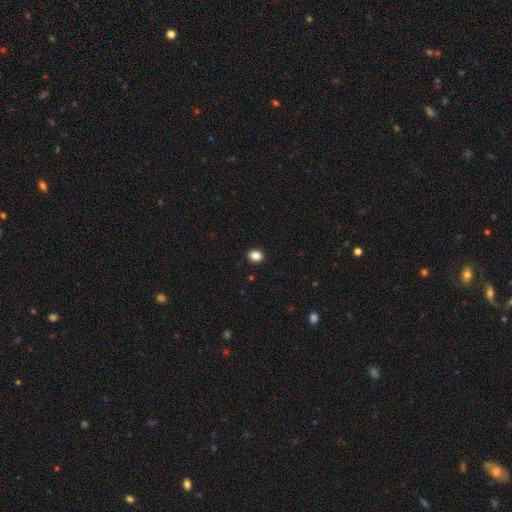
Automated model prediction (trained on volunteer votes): The model was most divided on "how rounded": round: 59%, in between: 40%, cigar-shaped: 1%. More confident: merging — none (92%); smooth or featured — smooth (86%).